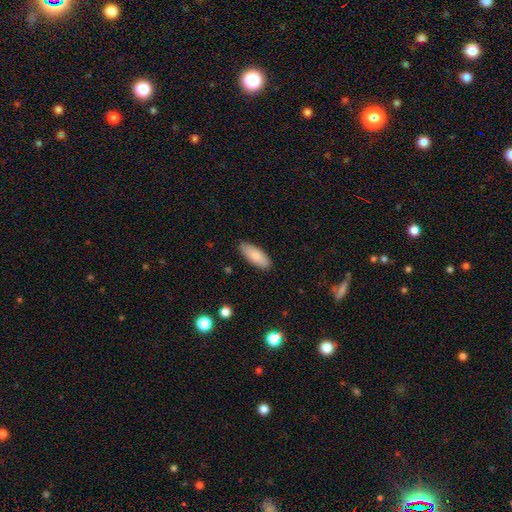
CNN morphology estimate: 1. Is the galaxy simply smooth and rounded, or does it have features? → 83% smooth, 11% featured or disk, 6% star or artifact.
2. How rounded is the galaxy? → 74% in between, 24% cigar-shaped, 2% round.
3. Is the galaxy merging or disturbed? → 89% none, 8% minor disturbance, 2% major disturbance, 1% merger.